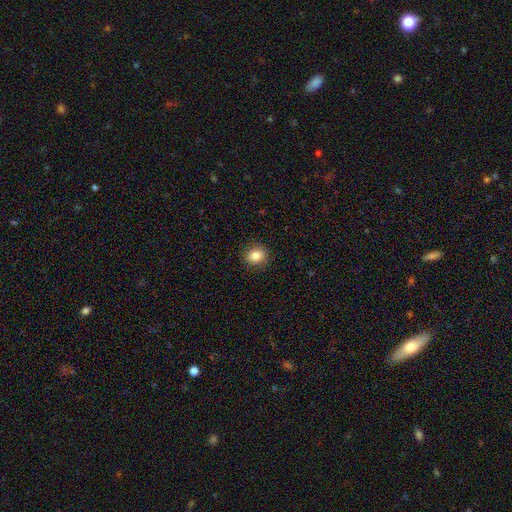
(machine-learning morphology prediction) Smooth or featured? Predicted: smooth (p=0.83). How rounded? Predicted: round (p=0.58). Merging? Predicted: none (p=0.89).